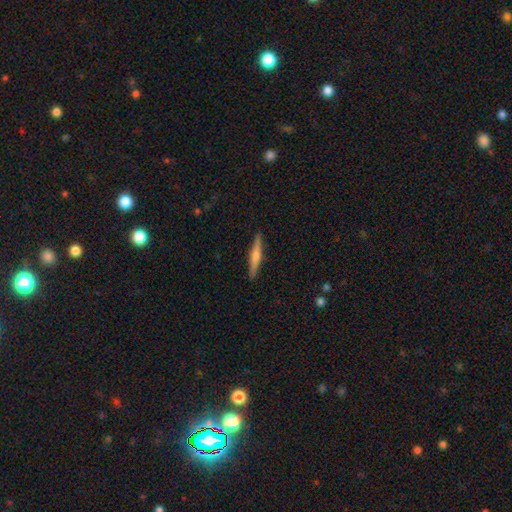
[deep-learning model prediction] The model was most divided on "smooth or featured": featured or disk: 63%, smooth: 32%, star or artifact: 6%. More confident: edge-on disk — yes (98%); merging — none (92%); edge-on bulge — rounded (79%).